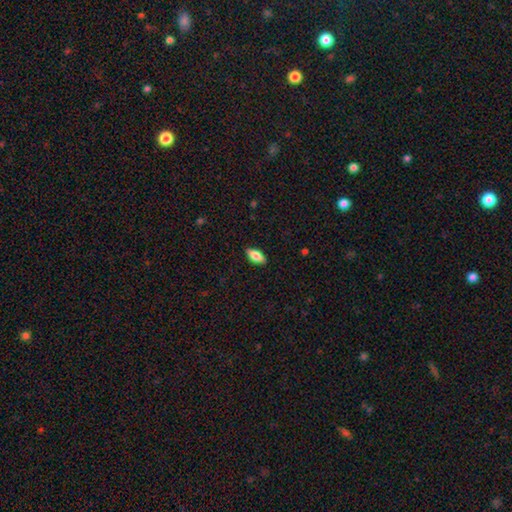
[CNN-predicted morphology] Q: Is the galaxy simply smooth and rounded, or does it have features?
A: smooth — 73%.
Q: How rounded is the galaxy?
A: in between — 84%.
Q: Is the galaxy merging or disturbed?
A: none — 88%.